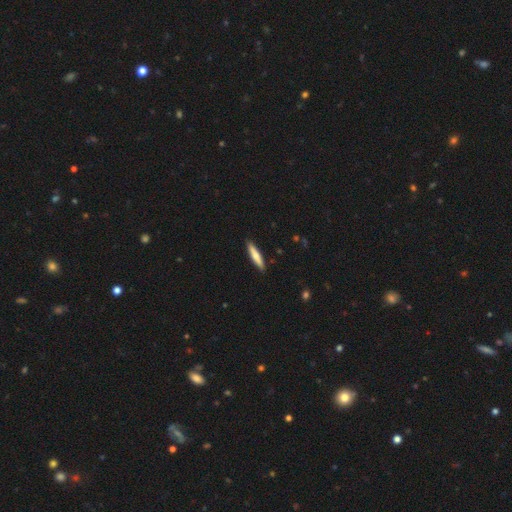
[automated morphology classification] Q: Smooth or featured?
A: smooth (66%); runner-up: featured or disk (29%)
Q: How rounded?
A: cigar-shaped (87%); runner-up: in between (11%)
Q: Merging?
A: none (90%); runner-up: minor disturbance (7%)